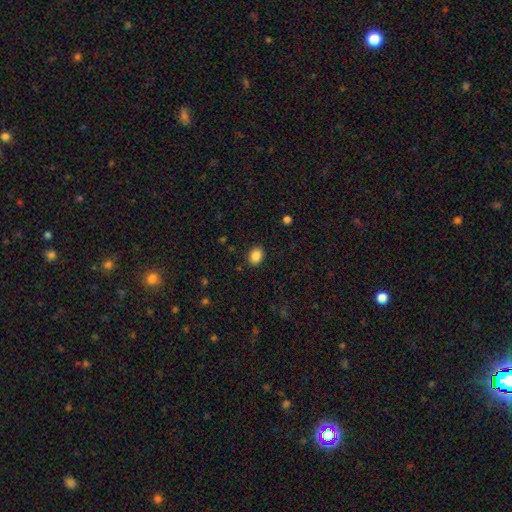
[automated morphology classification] A smooth galaxy with no disk features (86%) that is in between round and cigar-shaped (52%).

Vote fractions:
- Smooth or featured? smooth: 86% / star or artifact: 10% / featured or disk: 4%
- How rounded? in between: 52% / round: 47% / cigar-shaped: 1%
- Merging? none: 88% / minor disturbance: 8% / major disturbance: 2% / merger: 1%